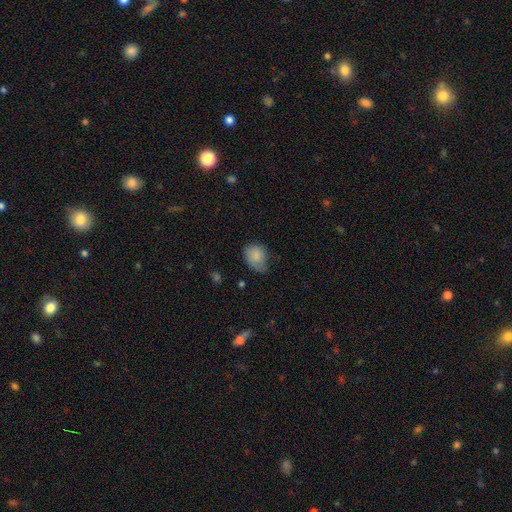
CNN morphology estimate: This appears to be a smooth galaxy with no disk features (84%) that is in between round and cigar-shaped (60%). Merging: none (48%).